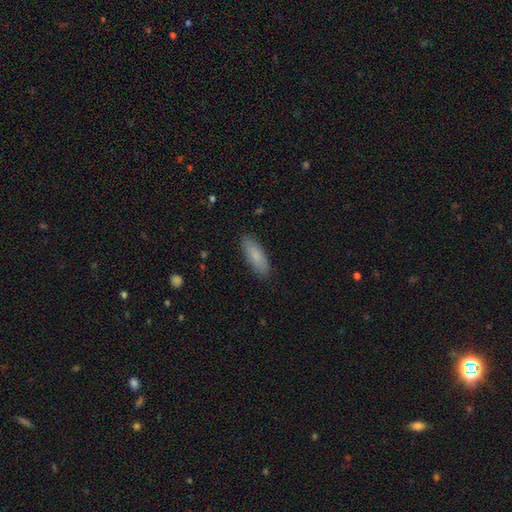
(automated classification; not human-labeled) Smooth or featured?
  - smooth: 84% *
  - featured or disk: 10%
  - star or artifact: 6%
How rounded?
  - in between: 61% *
  - cigar-shaped: 37%
  - round: 2%
Merging?
  - none: 87% *
  - minor disturbance: 10%
  - major disturbance: 2%
  - merger: 1%